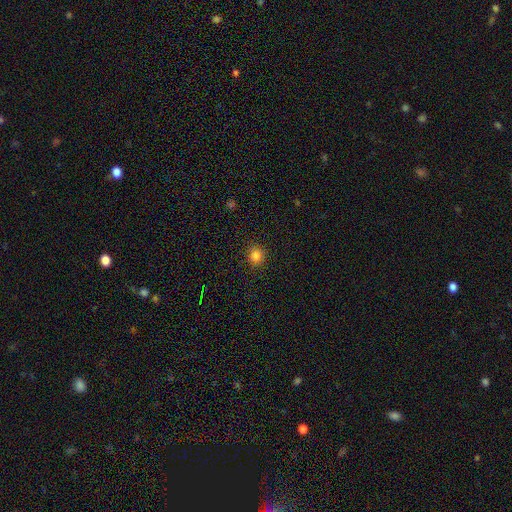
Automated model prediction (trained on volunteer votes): Smooth or featured? smooth (83%)
How rounded? round (86%)
Merging? none (90%)